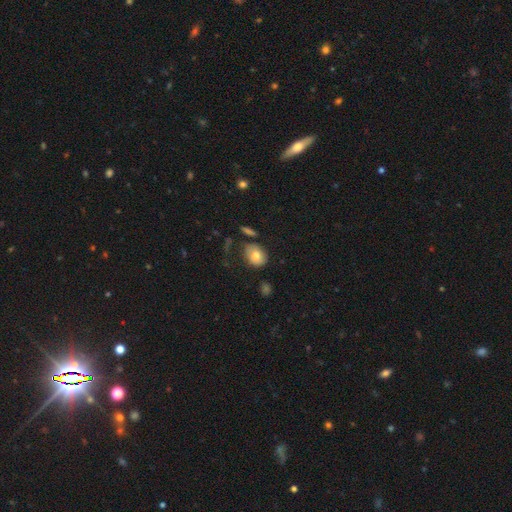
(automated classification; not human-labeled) smooth_or_featured: smooth (p=0.77) [alt: featured or disk p=0.15]
how_rounded: in between (p=0.55) [alt: round p=0.43]
merging: none (p=0.65) [alt: minor disturbance p=0.22]